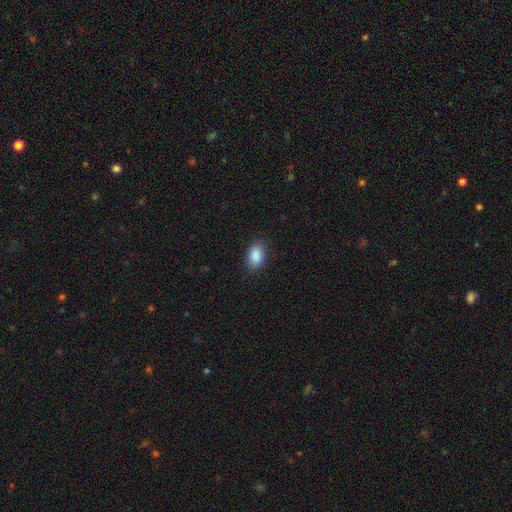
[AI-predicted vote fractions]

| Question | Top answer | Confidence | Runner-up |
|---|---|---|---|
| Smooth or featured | smooth | 89% | star or artifact (7%) |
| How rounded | in between | 89% | round (9%) |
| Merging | none | 84% | minor disturbance (13%) |